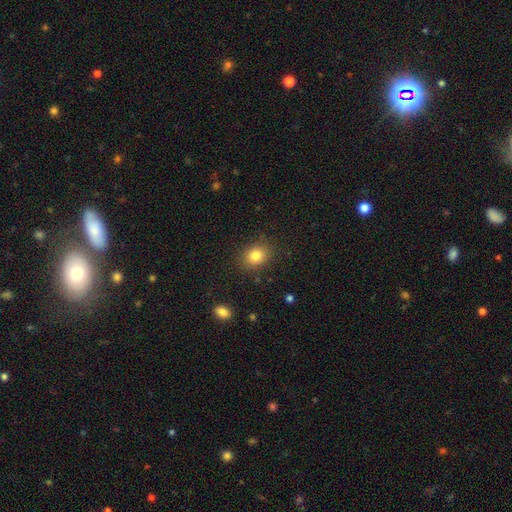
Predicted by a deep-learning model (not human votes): This appears to be a smooth galaxy with no disk features (83%) that is in between round and cigar-shaped (50%). Merging: none (85%).